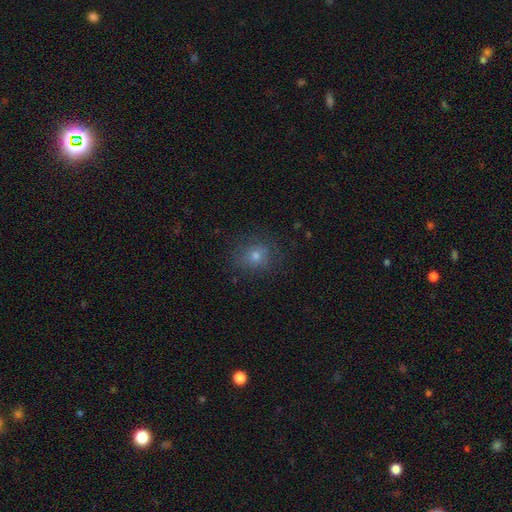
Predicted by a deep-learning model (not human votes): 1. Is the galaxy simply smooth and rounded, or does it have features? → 63% smooth, 20% star or artifact, 17% featured or disk.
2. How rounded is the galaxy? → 75% round, 24% in between, 1% cigar-shaped.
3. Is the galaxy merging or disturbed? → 79% none, 14% minor disturbance, 6% major disturbance, 1% merger.